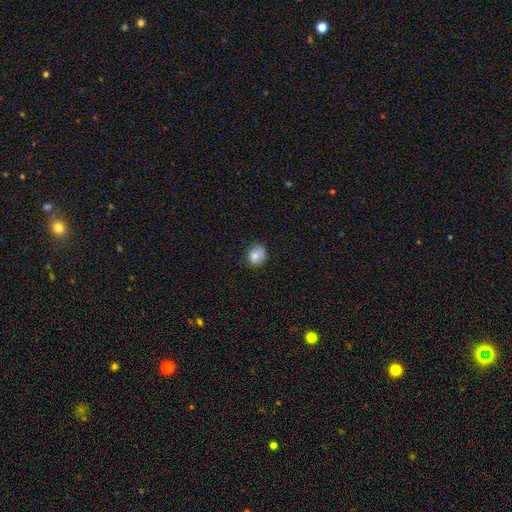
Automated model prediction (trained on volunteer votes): smooth_or_featured: smooth (p=0.81) [alt: featured or disk p=0.10]
how_rounded: round (p=0.74) [alt: in between p=0.25]
merging: none (p=0.72) [alt: minor disturbance p=0.22]